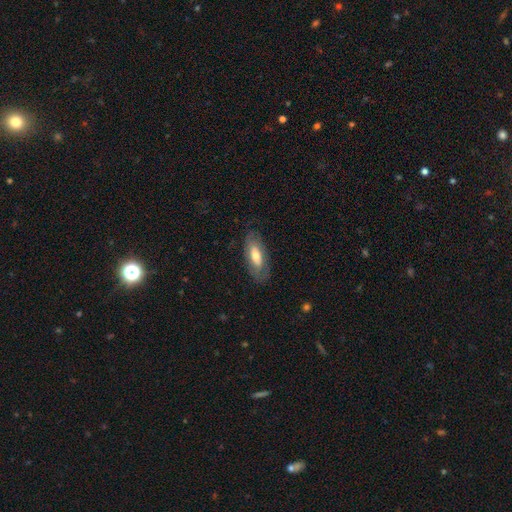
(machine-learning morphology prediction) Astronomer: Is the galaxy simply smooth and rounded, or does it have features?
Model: smooth — 58% (runner-up: featured or disk, 36%).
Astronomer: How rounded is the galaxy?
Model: in between — 78%.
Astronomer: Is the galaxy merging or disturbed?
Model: none — 79%.